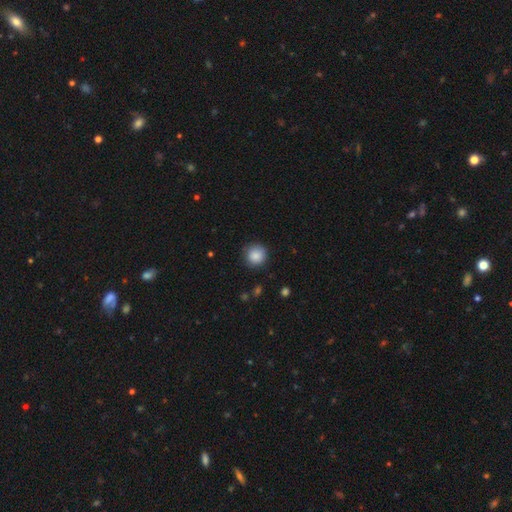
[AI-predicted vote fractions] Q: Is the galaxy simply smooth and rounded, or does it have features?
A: smooth — 87%.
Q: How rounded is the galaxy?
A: round — 93%.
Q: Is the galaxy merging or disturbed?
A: none — 85%.